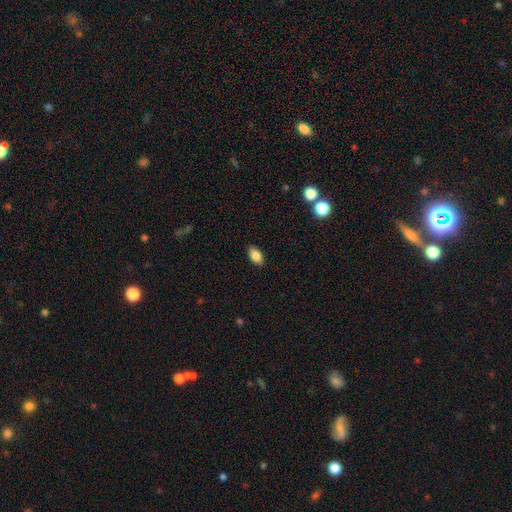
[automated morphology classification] type=smooth (86%); roundness=in between (92%); merging=none (89%).